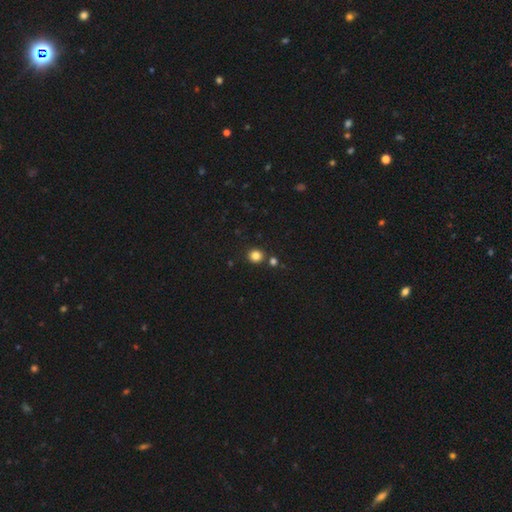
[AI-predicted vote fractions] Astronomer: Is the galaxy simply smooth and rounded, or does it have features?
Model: smooth — 83%.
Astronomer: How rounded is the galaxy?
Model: round — 87%.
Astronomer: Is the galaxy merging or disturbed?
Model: none — 83%.